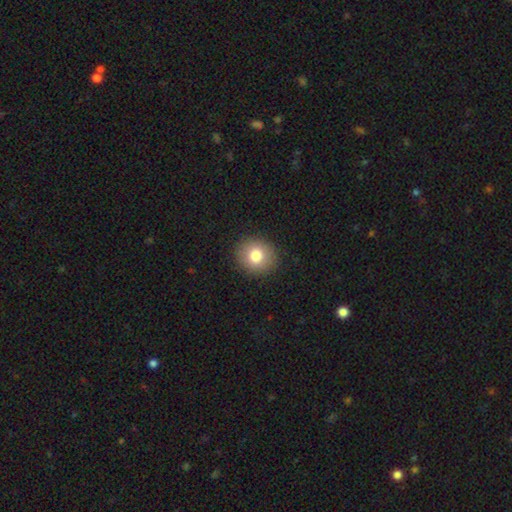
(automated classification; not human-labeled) This is clearly a smooth galaxy (80%). How rounded: clearly round (84%). Merging: clearly none (91%).